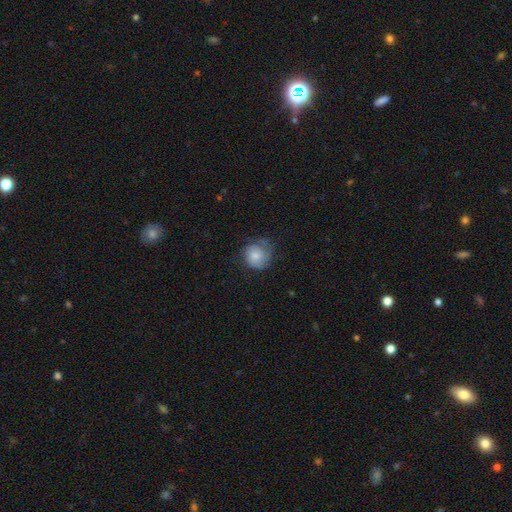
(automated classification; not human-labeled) Smooth or featured?
  - smooth: 66% *
  - featured or disk: 26%
  - star or artifact: 8%
How rounded?
  - round: 81% *
  - in between: 18%
  - cigar-shaped: 1%
Merging?
  - none: 54% *
  - minor disturbance: 30%
  - major disturbance: 14%
  - merger: 2%